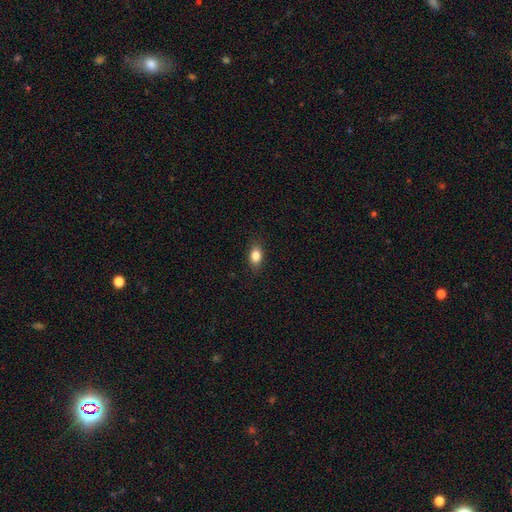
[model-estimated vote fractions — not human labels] Overall: smooth (85%). How rounded: in between (82%). Merging: none (87%).